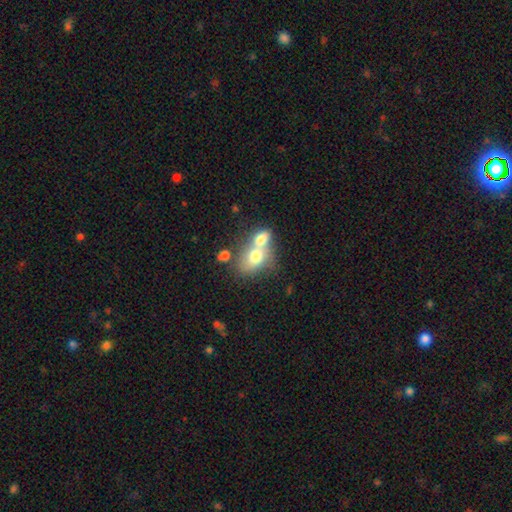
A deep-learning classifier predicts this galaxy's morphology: This appears to be a smooth galaxy with no disk features (71%) that is in between round and cigar-shaped (66%). Merging: merger (68%).